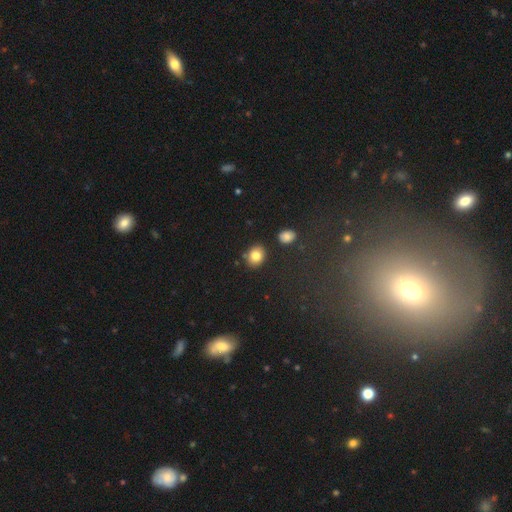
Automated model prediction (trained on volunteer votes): Overall: smooth (81%). How rounded: round (55%; in between 44%). Merging: none (83%).